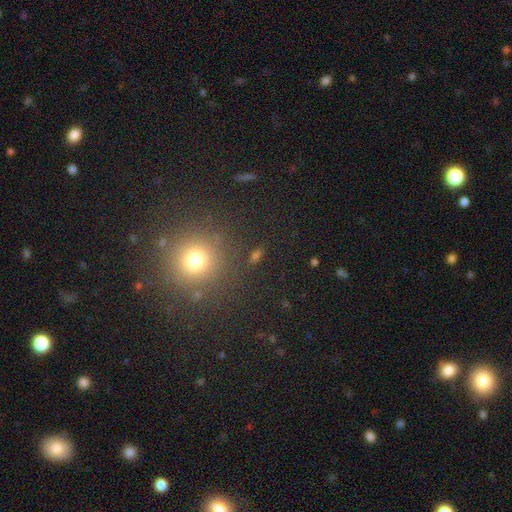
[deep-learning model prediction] smooth_or_featured: smooth (p=0.61) [alt: star or artifact p=0.30]
how_rounded: in between (p=0.47) [alt: round p=0.45]
merging: none (p=0.83) [alt: minor disturbance p=0.08]